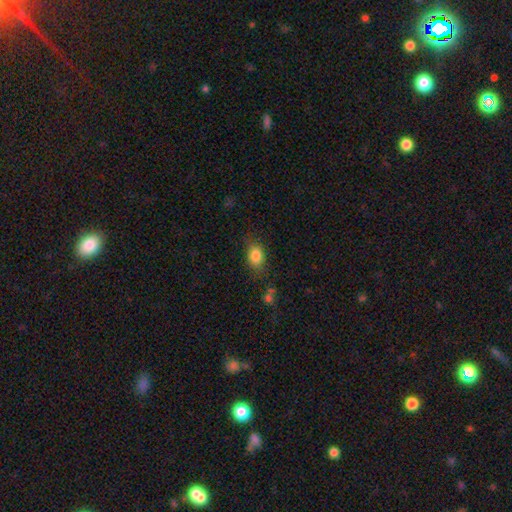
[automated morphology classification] Smooth or featured: smooth — 84% (star or artifact — 9%)
How rounded: in between — 74% (round — 23%)
Merging: none — 75% (minor disturbance — 17%)